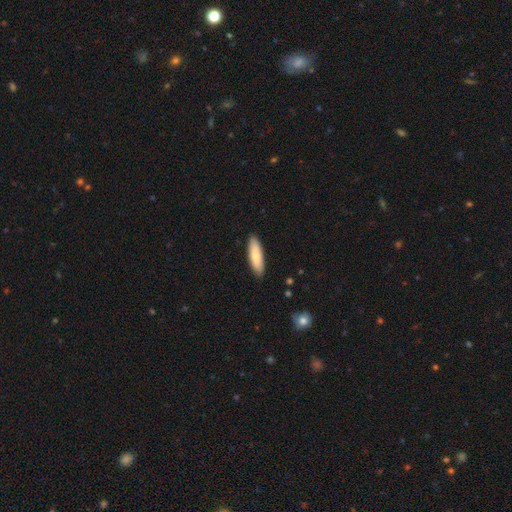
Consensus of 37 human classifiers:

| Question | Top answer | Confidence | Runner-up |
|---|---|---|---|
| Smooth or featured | smooth | 78% | featured or disk (16%) |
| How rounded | cigar-shaped | 69% | in between (31%) |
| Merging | none | 91% | minor disturbance (9%) |